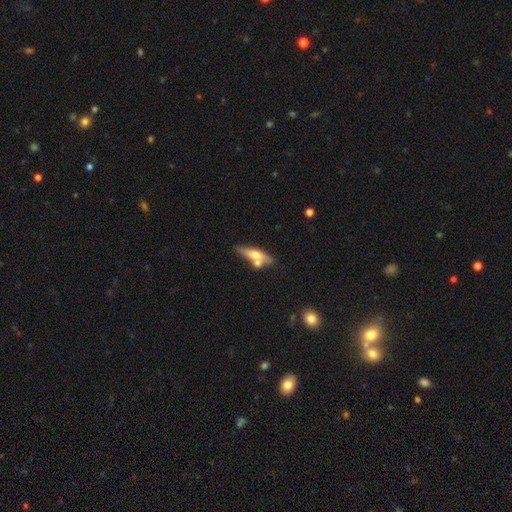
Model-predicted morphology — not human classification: Smooth or featured?
  - smooth: 53% *
  - featured or disk: 41%
  - star or artifact: 6%
How rounded?
  - cigar-shaped: 58% *
  - in between: 39%
  - round: 3%
Merging?
  - none: 58% *
  - merger: 24%
  - minor disturbance: 14%
  - major disturbance: 4%